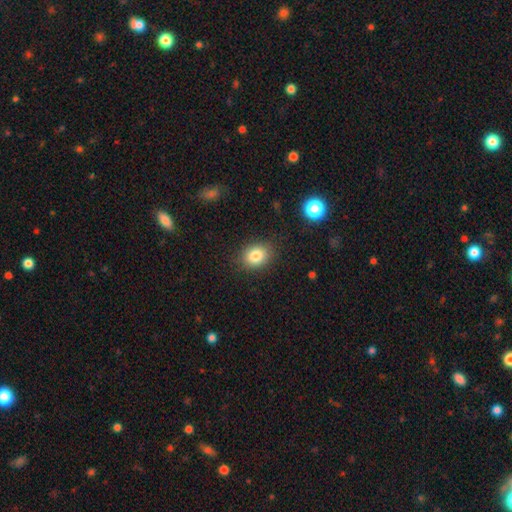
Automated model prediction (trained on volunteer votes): smooth_or_featured: smooth (p=0.83) [alt: star or artifact p=0.10]
how_rounded: round (p=0.51) [alt: in between p=0.48]
merging: none (p=0.86) [alt: minor disturbance p=0.10]